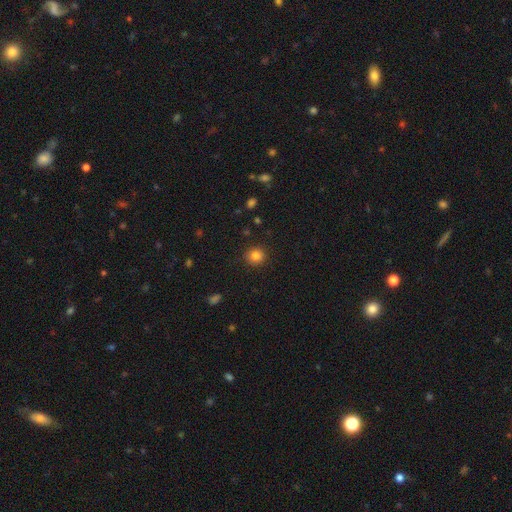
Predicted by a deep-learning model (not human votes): Morphology: type=smooth (83%); roundness=round (88%); merging=none (90%).